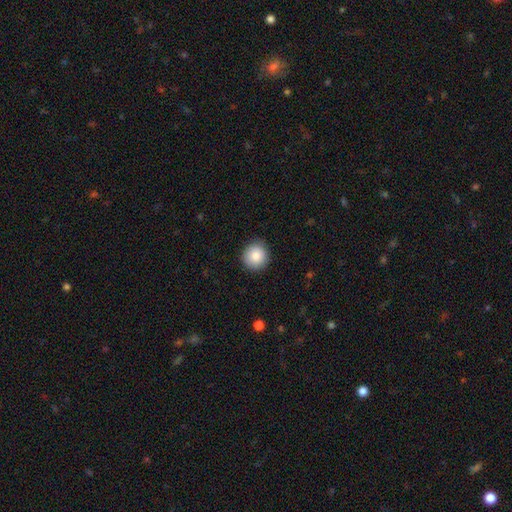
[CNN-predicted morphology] This appears to be a smooth galaxy with no disk features (86%) that is round (92%). Merging: none (90%).